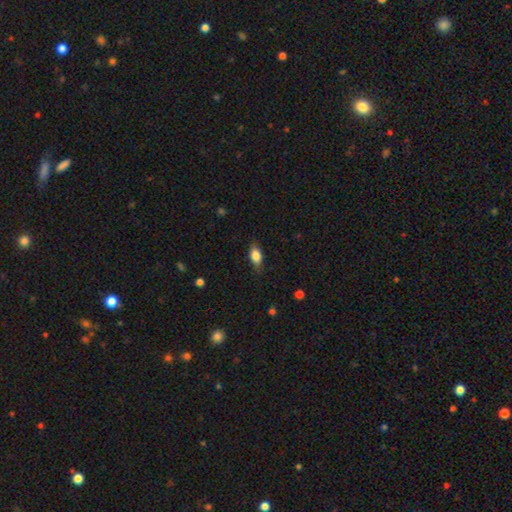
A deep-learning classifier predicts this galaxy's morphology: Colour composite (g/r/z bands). It shows a smooth galaxy with no disk features (82%) that is in between round and cigar-shaped (86%). Merging: none (78%).